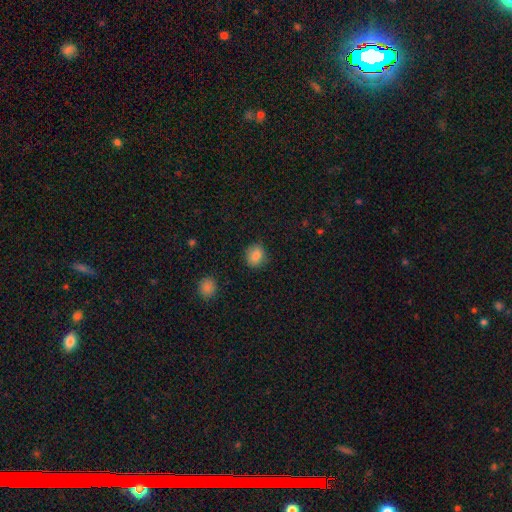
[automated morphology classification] This appears to be a smooth galaxy with no disk features (84%) that is round (71%). Merging: none (86%).